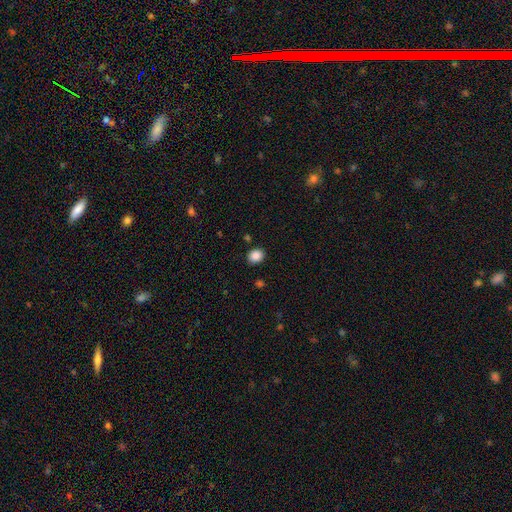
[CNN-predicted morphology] Q: Smooth or featured?
A: smooth (87%); runner-up: star or artifact (9%)
Q: How rounded?
A: round (56%); runner-up: in between (44%)
Q: Merging?
A: none (87%); runner-up: minor disturbance (8%)